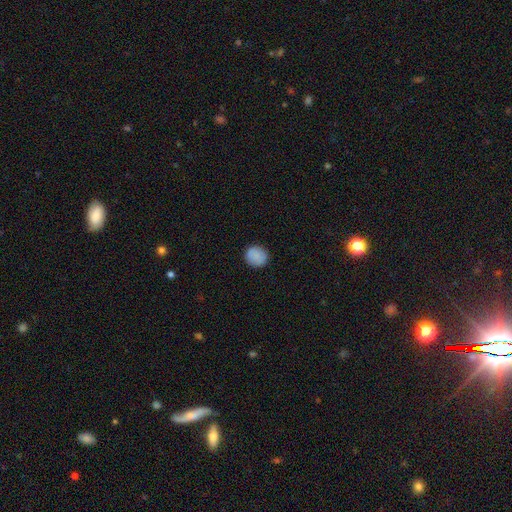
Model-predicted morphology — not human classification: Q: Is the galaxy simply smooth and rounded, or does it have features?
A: smooth — 87%.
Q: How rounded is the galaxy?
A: round — 86%.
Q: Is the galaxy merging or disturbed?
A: none — 90%.